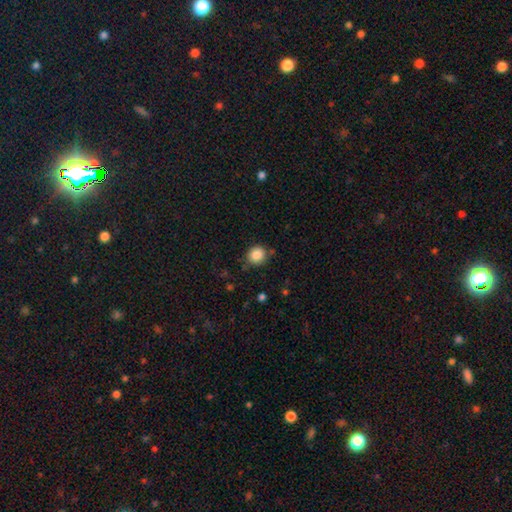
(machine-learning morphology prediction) This is clearly a smooth galaxy (86%). How rounded: clearly round (85%). Merging: clearly none (81%).